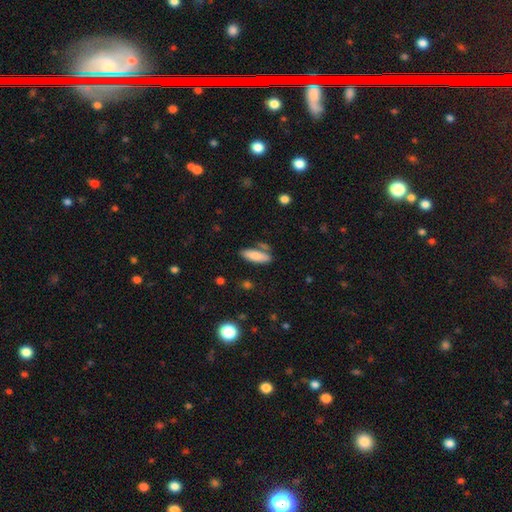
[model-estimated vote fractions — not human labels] A smooth galaxy with no disk features (80%) that is in between round and cigar-shaped (55%). Merging: none (68%).